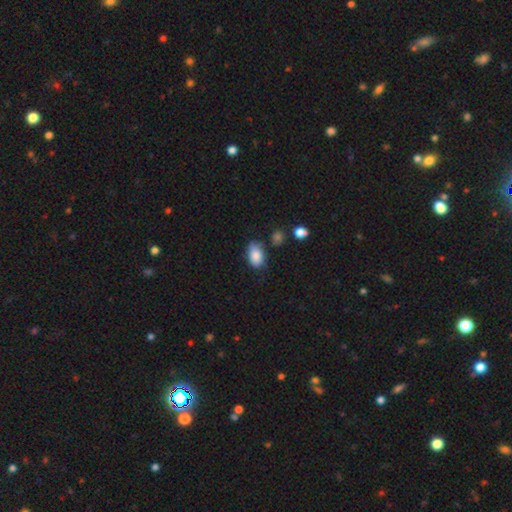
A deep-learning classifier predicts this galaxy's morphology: A smooth galaxy with no disk features (85%) that is in between round and cigar-shaped (90%).

Vote fractions:
- Smooth or featured? smooth: 85% / star or artifact: 8% / featured or disk: 7%
- How rounded? in between: 90% / round: 9% / cigar-shaped: 1%
- Merging? none: 60% / minor disturbance: 29% / major disturbance: 6% / merger: 5%